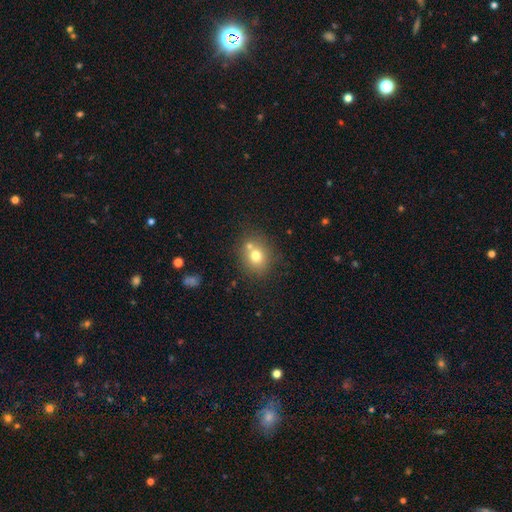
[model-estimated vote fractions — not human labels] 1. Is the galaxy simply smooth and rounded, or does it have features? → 73% smooth, 14% featured or disk, 13% star or artifact.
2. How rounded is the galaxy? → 72% round, 27% in between, 1% cigar-shaped.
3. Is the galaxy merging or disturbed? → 63% none, 22% merger, 11% minor disturbance, 4% major disturbance.